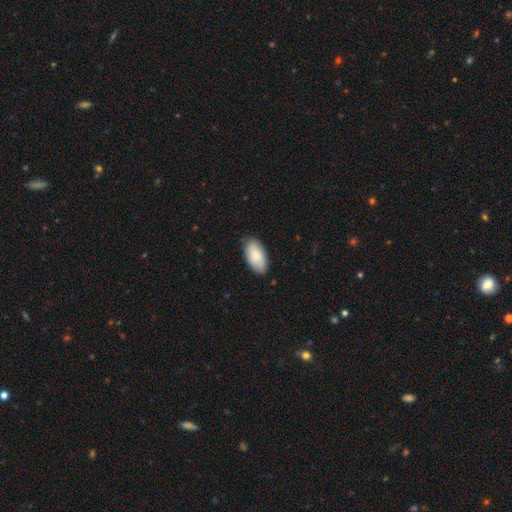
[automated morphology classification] Smooth or featured? smooth (83%)
How rounded? in between (95%)
Merging? none (82%)